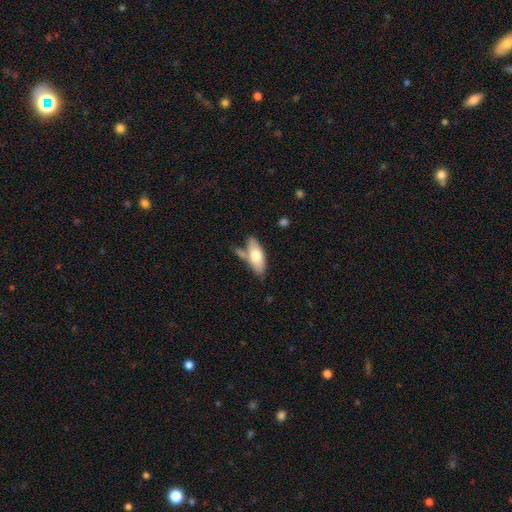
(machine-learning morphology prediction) This is likely a smooth galaxy (69%). How rounded: likely in between (77%). Merging: possibly none (57%).